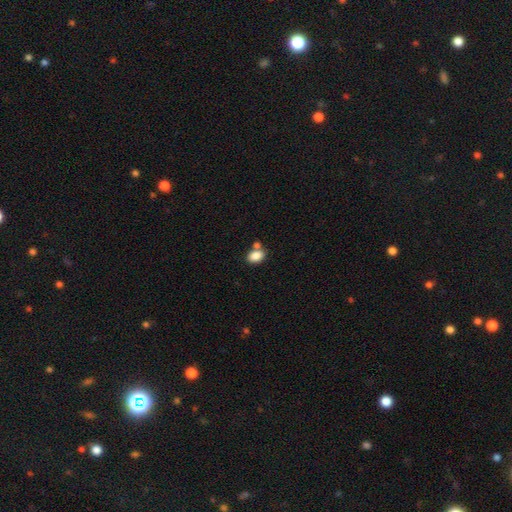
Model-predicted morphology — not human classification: This is clearly a smooth galaxy (85%). How rounded: clearly in between (82%). Merging: possibly none (56%).